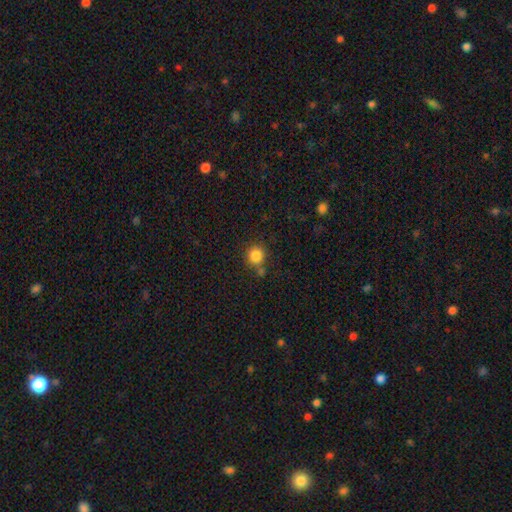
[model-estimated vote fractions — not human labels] smooth_or_featured: smooth (p=0.84) [alt: star or artifact p=0.11]
how_rounded: round (p=0.92) [alt: in between p=0.07]
merging: none (p=0.71) [alt: merger p=0.15]